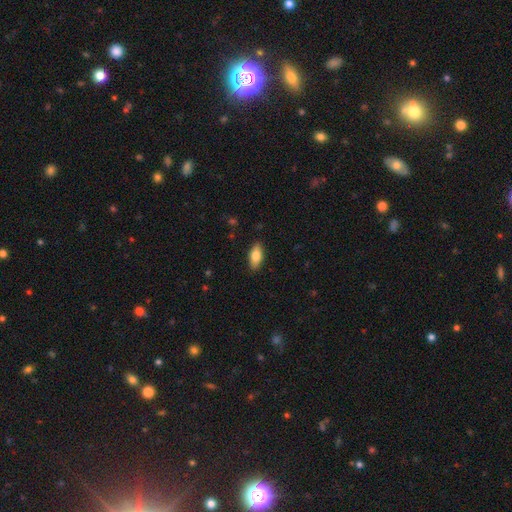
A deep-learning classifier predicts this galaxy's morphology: type=smooth (76%); roundness=in between (83%); merging=none (88%).